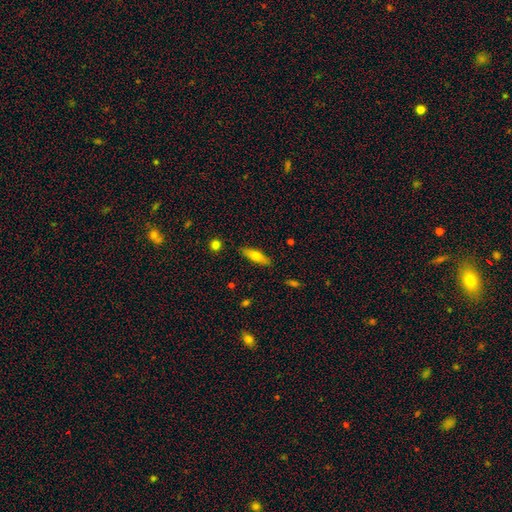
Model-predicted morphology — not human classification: Overall: smooth (66%; featured or disk 27%). How rounded: cigar-shaped (58%; in between 39%). Merging: none (86%).